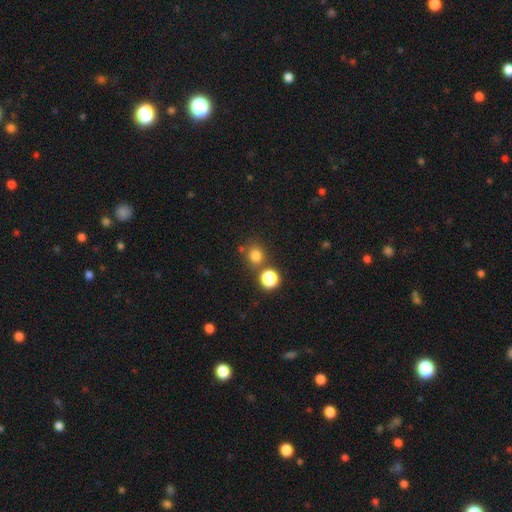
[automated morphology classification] Overall: smooth (77%). How rounded: round (85%). Merging: none (73%).